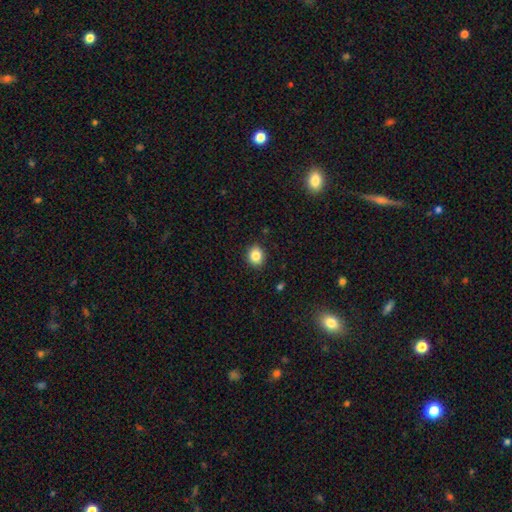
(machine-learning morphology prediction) smooth-or-featured: smooth: 84% | star or artifact: 10% | featured or disk: 6%
  how-rounded: round: 65% | in between: 34% | cigar-shaped: 1%
  merging: none: 90% | minor disturbance: 7% | major disturbance: 2% | merger: 1%